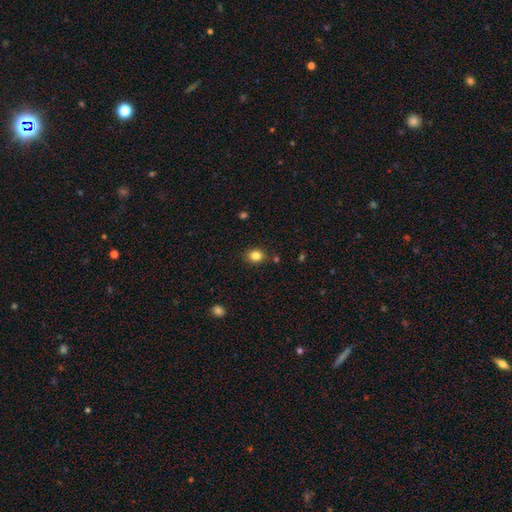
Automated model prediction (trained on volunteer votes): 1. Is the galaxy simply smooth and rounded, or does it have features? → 83% smooth, 11% star or artifact, 6% featured or disk.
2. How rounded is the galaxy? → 51% round, 48% in between, 1% cigar-shaped.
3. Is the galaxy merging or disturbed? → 85% none, 10% minor disturbance, 3% merger, 2% major disturbance.